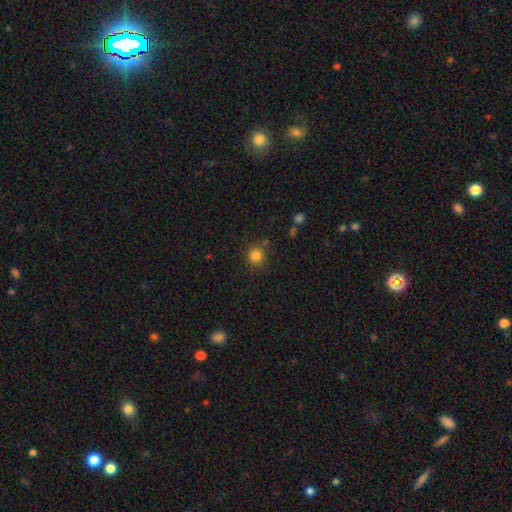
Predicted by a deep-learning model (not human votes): A smooth galaxy with no disk features (83%) that is round (91%).

Vote fractions:
- Smooth or featured? smooth: 83% / star or artifact: 12% / featured or disk: 5%
- How rounded? round: 91% / in between: 8% / cigar-shaped: 1%
- Merging? none: 82% / minor disturbance: 10% / merger: 5% / major disturbance: 3%